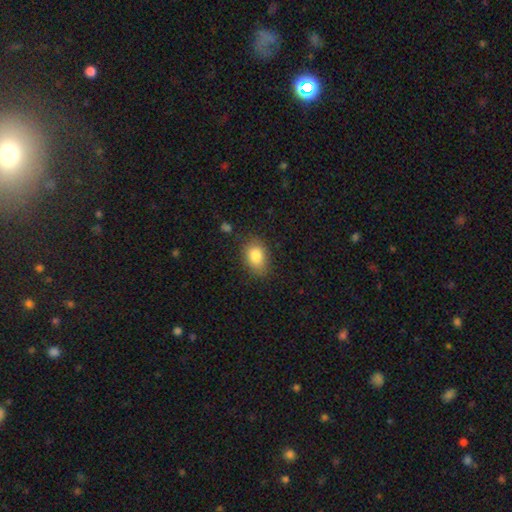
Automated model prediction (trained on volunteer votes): This is clearly a smooth galaxy (84%). How rounded: clearly in between (81%). Merging: likely none (77%).